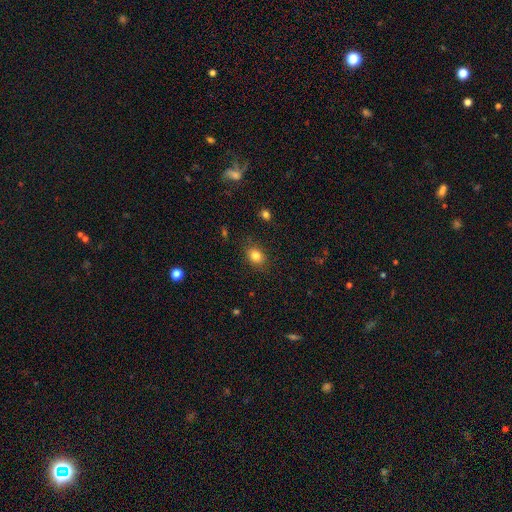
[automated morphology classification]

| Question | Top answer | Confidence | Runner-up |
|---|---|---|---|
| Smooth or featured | smooth | 82% | star or artifact (11%) |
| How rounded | in between | 59% | round (40%) |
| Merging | none | 85% | minor disturbance (11%) |